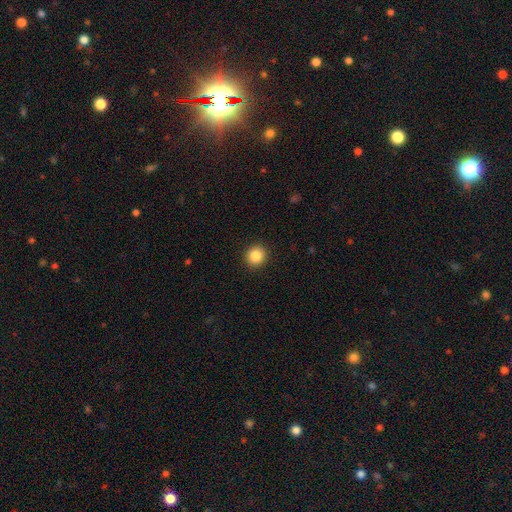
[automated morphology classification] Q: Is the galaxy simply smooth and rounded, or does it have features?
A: smooth — 86%.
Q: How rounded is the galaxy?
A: round — 92%.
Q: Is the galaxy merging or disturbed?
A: none — 92%.